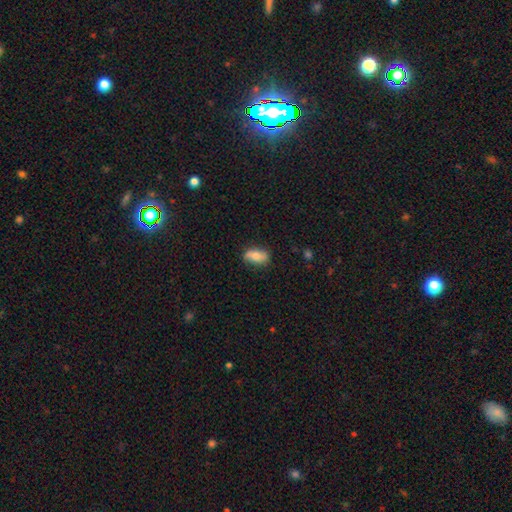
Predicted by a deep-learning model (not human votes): smooth-or-featured: smooth: 68% | featured or disk: 25% | star or artifact: 7%
  how-rounded: in between: 87% | cigar-shaped: 7% | round: 6%
  merging: none: 78% | minor disturbance: 18% | major disturbance: 3% | merger: 1%